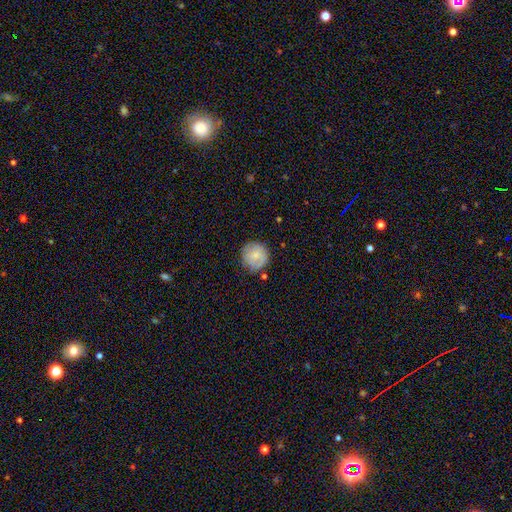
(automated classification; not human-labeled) Morphology: type=smooth (71%); roundness=round (92%); merging=none (75%).